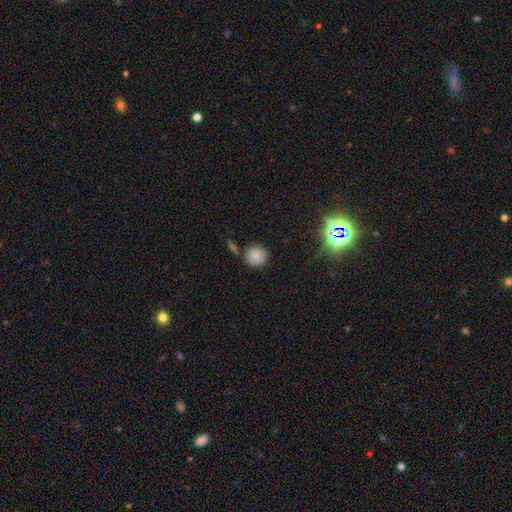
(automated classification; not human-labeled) This is clearly a smooth galaxy (83%). How rounded: clearly round (93%). Merging: clearly none (82%).